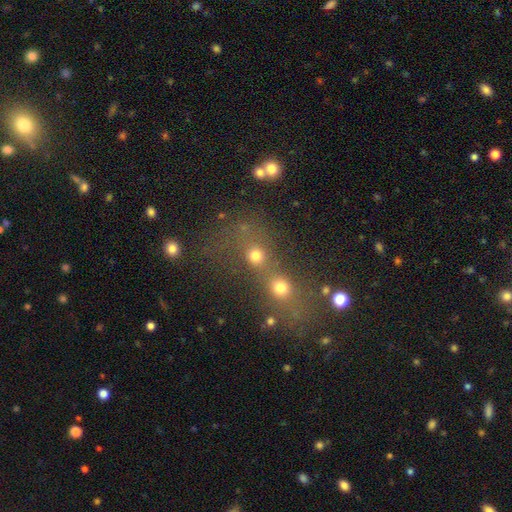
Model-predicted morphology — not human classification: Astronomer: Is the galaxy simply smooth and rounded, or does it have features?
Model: smooth — 71%.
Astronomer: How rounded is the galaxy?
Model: round — 79%.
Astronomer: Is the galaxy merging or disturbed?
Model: merger — 57%.